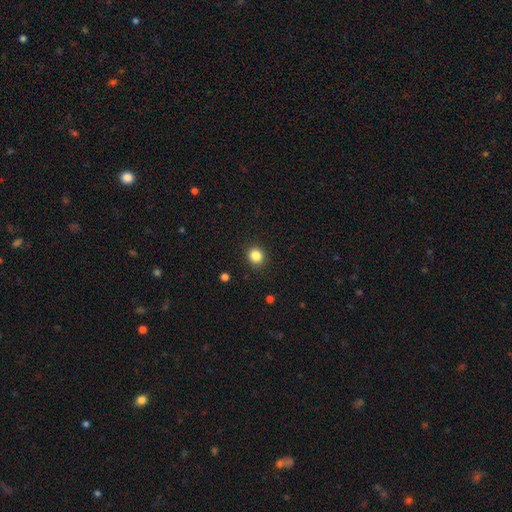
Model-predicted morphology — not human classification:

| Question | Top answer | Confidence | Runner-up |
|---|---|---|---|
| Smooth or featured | smooth | 85% | star or artifact (11%) |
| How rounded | round | 84% | in between (15%) |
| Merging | none | 90% | minor disturbance (6%) |